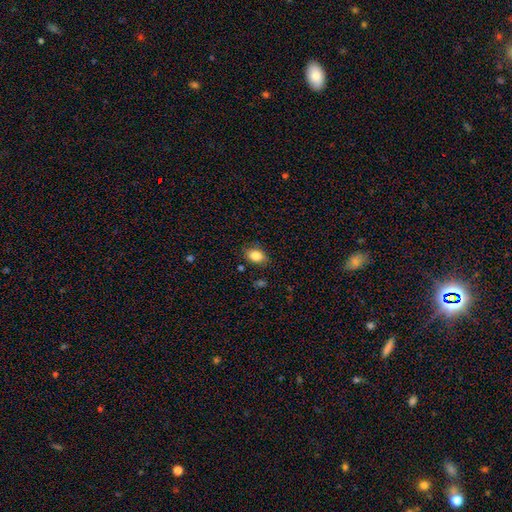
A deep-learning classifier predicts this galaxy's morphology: smooth 84%, star or artifact 9%, featured or disk 7%. Down the decision tree: how rounded — in between (76%); merging — none (80%).